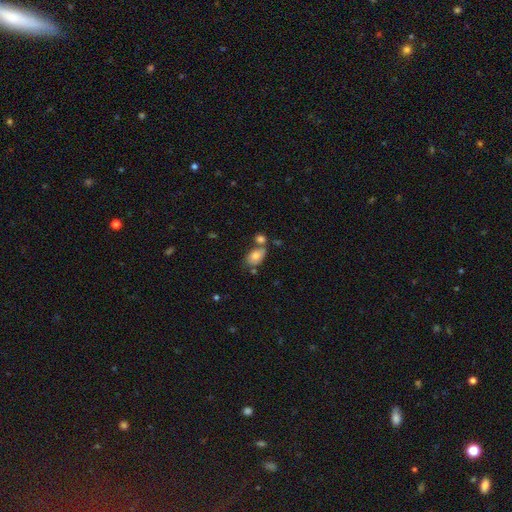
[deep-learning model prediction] This is likely a smooth galaxy (78%). How rounded: clearly in between (88%). Merging: possibly none (46%).